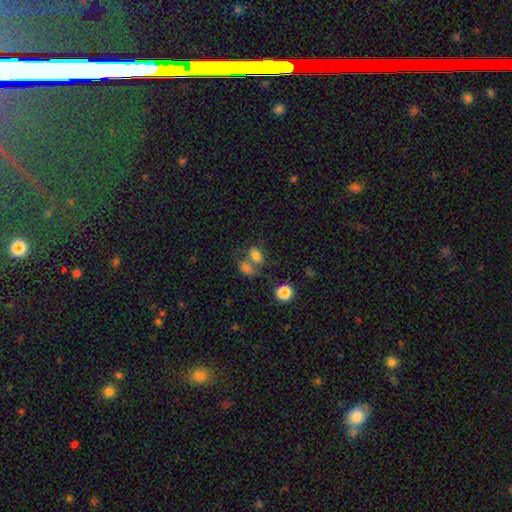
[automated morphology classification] smooth-or-featured: smooth: 76% | star or artifact: 13% | featured or disk: 11%
  how-rounded: in between: 72% | round: 26% | cigar-shaped: 2%
  merging: merger: 48% | none: 35% | minor disturbance: 10% | major disturbance: 6%